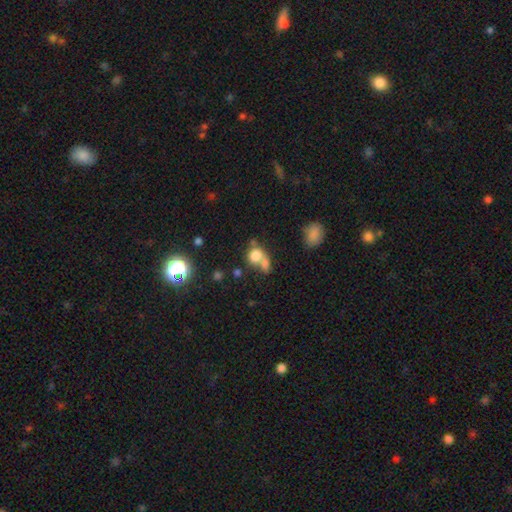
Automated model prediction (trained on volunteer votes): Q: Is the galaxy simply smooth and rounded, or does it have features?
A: smooth — 75%.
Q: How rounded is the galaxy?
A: round — 59%.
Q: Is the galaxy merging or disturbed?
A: merger — 59%.